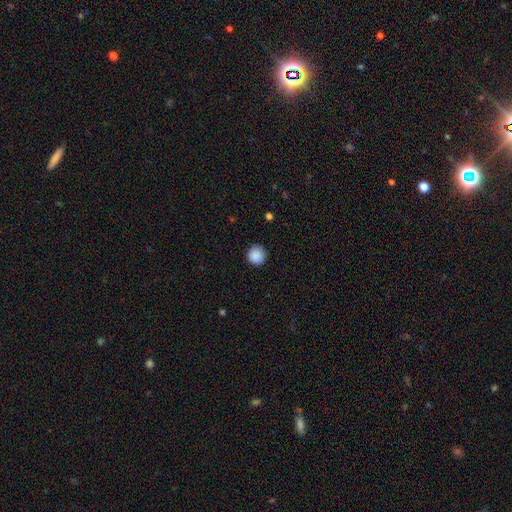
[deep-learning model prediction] Smooth or featured: smooth — 89% (star or artifact — 9%)
How rounded: round — 95% (in between — 4%)
Merging: none — 90% (minor disturbance — 7%)